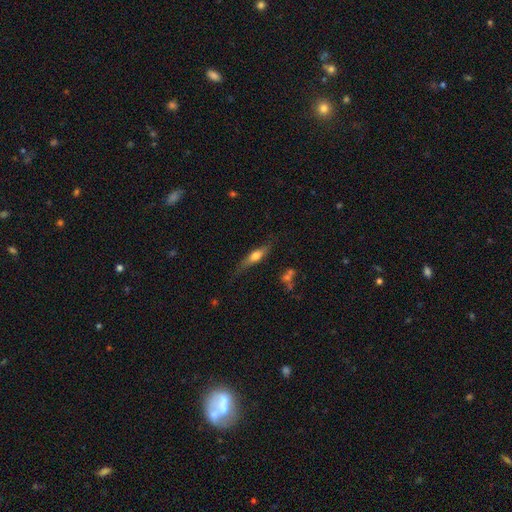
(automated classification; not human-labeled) Overall: smooth (48%; featured or disk 45%). Merging: none (67%).